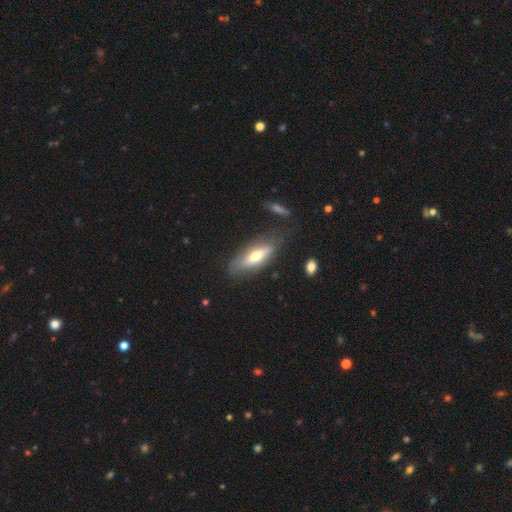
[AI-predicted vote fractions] This is possibly a smooth galaxy (52%). How rounded: possibly in between (53%). Merging: likely none (69%).